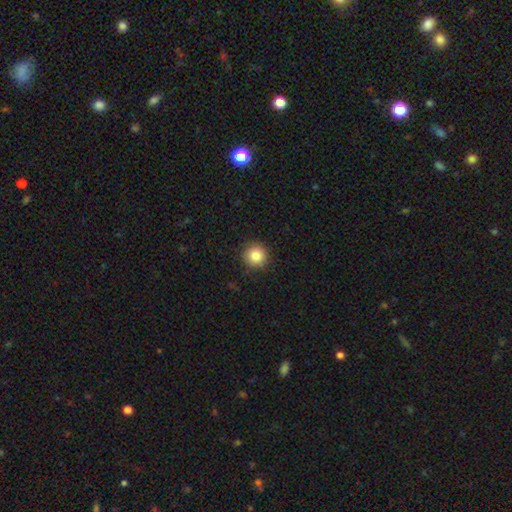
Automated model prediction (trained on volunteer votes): A smooth galaxy with no disk features (85%) that is round (95%). Merging: none (90%).